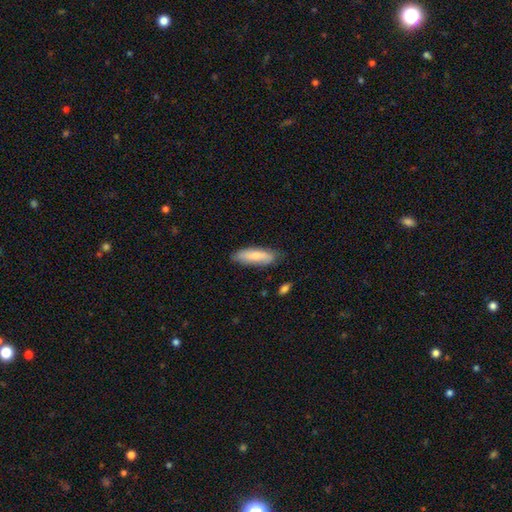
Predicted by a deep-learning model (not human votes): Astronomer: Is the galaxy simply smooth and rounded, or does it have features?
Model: smooth — 76%.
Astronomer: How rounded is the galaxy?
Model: cigar-shaped — 52% (runner-up: in between, 47%).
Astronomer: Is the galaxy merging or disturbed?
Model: none — 76%.